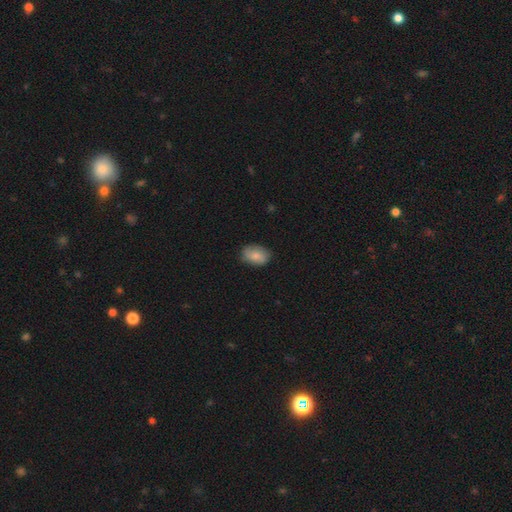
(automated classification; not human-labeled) This is likely a smooth galaxy (79%). How rounded: clearly in between (86%). Merging: likely none (78%).